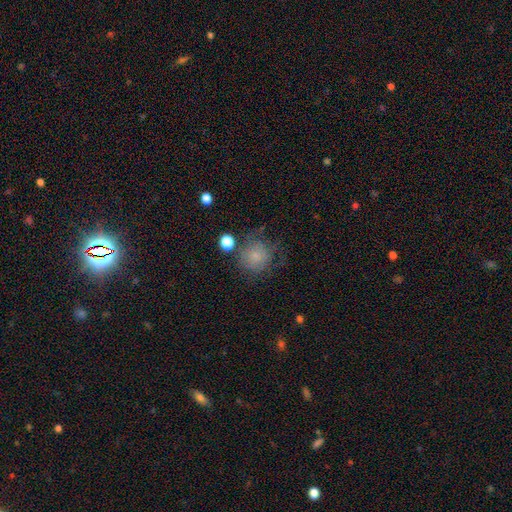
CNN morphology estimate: type=smooth (74%); roundness=round (85%); merging=none (57%).